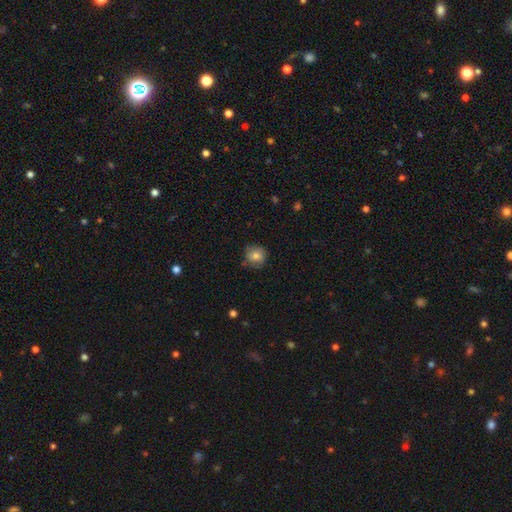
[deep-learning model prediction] A smooth galaxy with no disk features (78%) that is round (87%).

Vote fractions:
- Smooth or featured? smooth: 78% / featured or disk: 13% / star or artifact: 9%
- How rounded? round: 87% / in between: 12% / cigar-shaped: 1%
- Merging? none: 78% / minor disturbance: 17% / major disturbance: 3% / merger: 2%